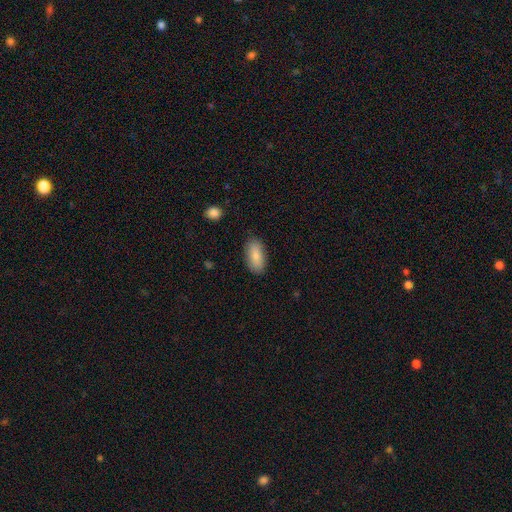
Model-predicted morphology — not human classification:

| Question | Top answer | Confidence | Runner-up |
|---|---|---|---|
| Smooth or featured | smooth | 84% | featured or disk (10%) |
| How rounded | in between | 91% | cigar-shaped (7%) |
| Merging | none | 85% | minor disturbance (11%) |